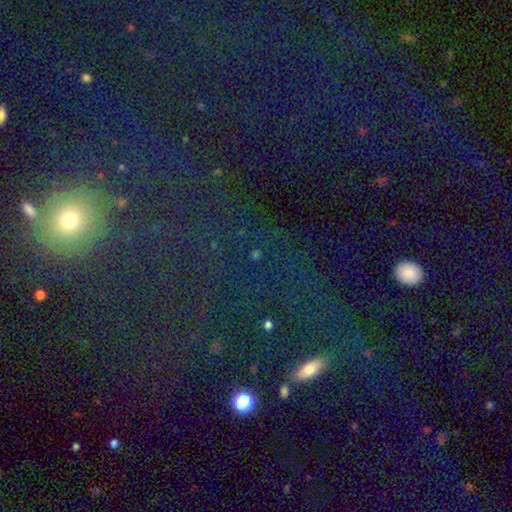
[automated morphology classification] Q: Smooth or featured?
A: star or artifact (65%); runner-up: smooth (24%)